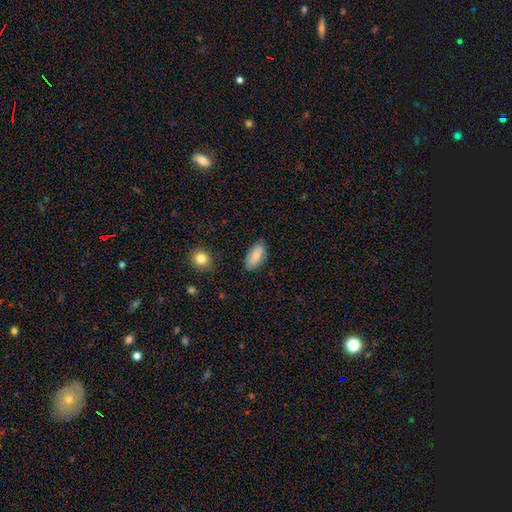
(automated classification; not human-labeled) Overall: smooth (73%). How rounded: in between (91%). Merging: none (72%).